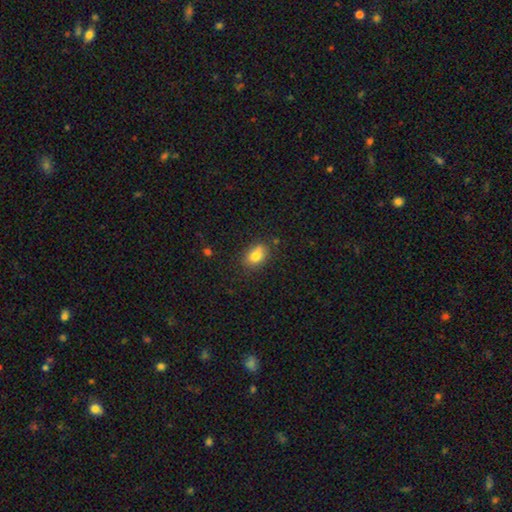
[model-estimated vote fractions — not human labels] A smooth galaxy with no disk features (80%) that is in between round and cigar-shaped (78%).

Vote fractions:
- Smooth or featured? smooth: 80% / featured or disk: 11% / star or artifact: 10%
- How rounded? in between: 78% / round: 20% / cigar-shaped: 2%
- Merging? none: 69% / minor disturbance: 21% / merger: 6% / major disturbance: 5%